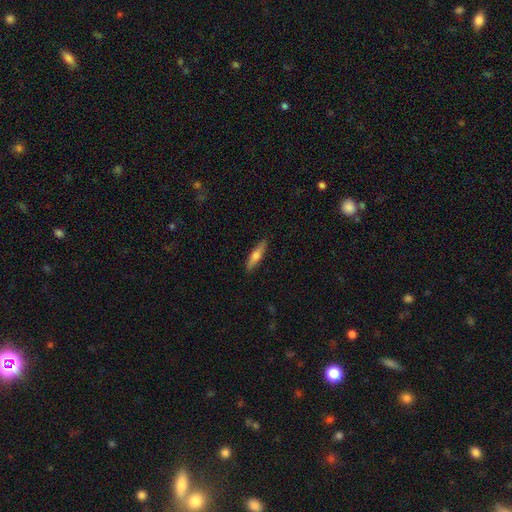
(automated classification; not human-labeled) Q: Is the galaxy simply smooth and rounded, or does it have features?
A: smooth — 52%.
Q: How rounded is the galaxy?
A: cigar-shaped — 82%.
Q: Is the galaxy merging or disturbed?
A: none — 90%.